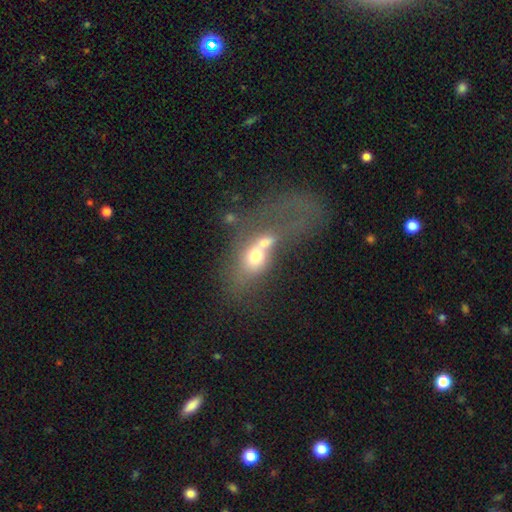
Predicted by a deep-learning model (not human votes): Smooth or featured? Predicted: smooth (p=0.53). How rounded? Predicted: in between (p=0.69). Merging? Predicted: merger (p=0.64).